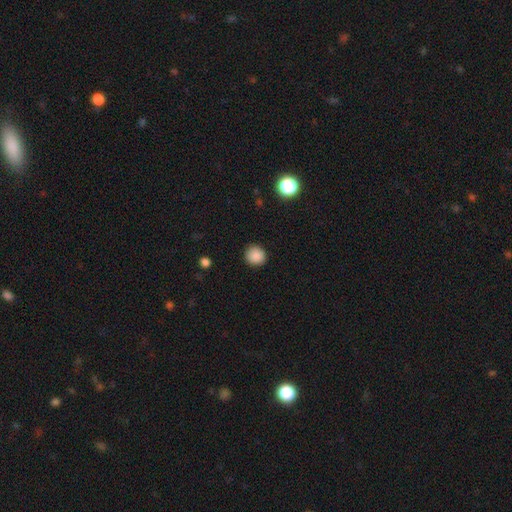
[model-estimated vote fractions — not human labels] A smooth galaxy with no disk features (87%) that is round (90%). Merging: none (90%).